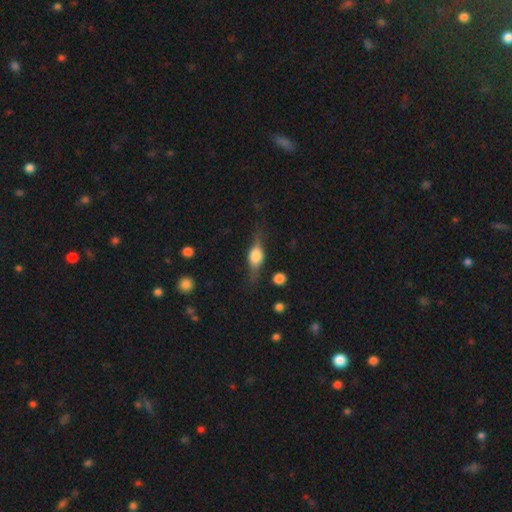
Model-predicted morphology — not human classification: A featured or disk galaxy (52%) viewed edge-on (92%). Merging: none (71%).